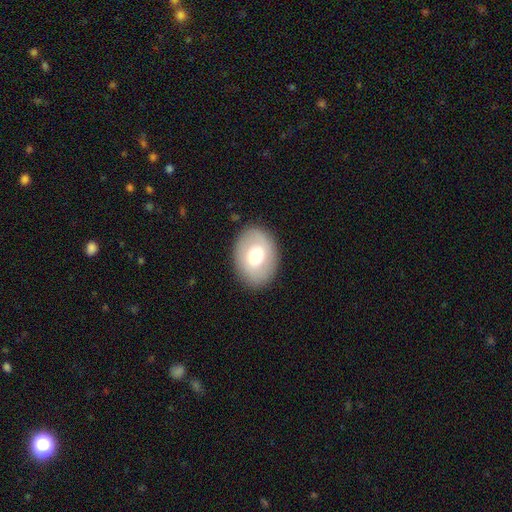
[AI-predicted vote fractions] Q: Smooth or featured?
A: smooth (66%); runner-up: featured or disk (26%)
Q: How rounded?
A: in between (72%); runner-up: round (27%)
Q: Merging?
A: none (86%); runner-up: minor disturbance (9%)